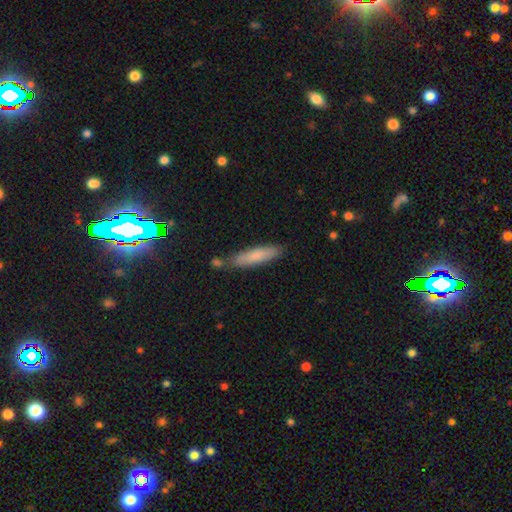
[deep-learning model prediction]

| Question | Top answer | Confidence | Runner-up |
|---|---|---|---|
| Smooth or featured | smooth | 75% | featured or disk (17%) |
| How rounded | cigar-shaped | 80% | in between (18%) |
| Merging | none | 76% | minor disturbance (14%) |